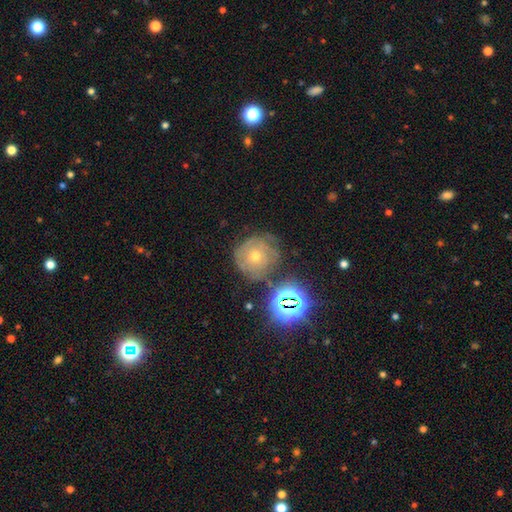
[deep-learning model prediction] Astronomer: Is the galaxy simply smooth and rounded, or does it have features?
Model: featured or disk — 56%.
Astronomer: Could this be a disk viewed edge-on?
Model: no — 96%.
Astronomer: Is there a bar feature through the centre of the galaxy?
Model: no — 85%.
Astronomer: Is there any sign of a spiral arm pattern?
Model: yes — 81%.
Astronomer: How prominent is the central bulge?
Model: small — 48% (runner-up: moderate, 47%).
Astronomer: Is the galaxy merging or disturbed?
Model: none — 70%.